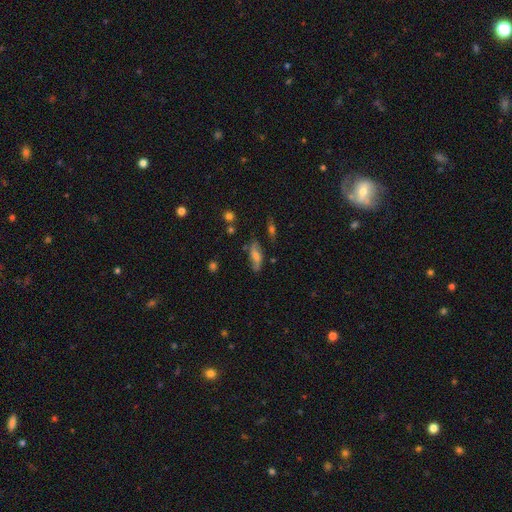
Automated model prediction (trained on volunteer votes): Overall: featured or disk (45%; smooth 43%). Merging: none (64%).